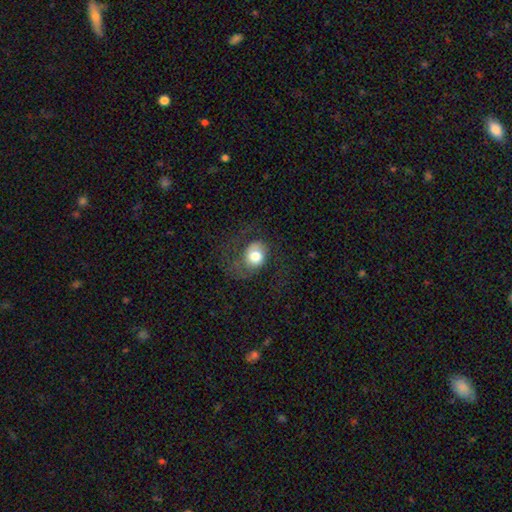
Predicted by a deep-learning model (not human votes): Q: Smooth or featured?
A: smooth (61%); runner-up: featured or disk (30%)
Q: How rounded?
A: round (55%); runner-up: in between (43%)
Q: Merging?
A: none (43%); runner-up: major disturbance (33%)